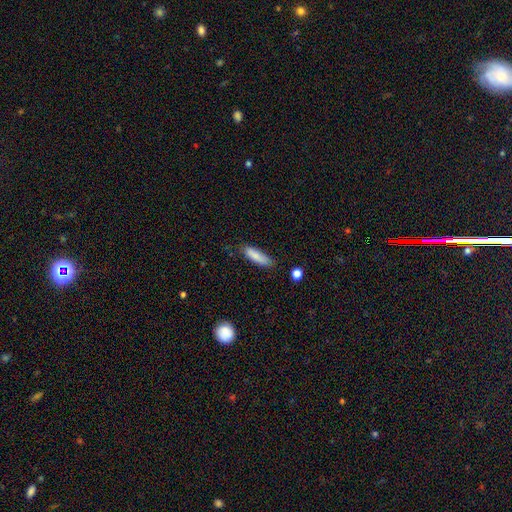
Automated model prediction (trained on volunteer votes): Smooth or featured: smooth — 83% (featured or disk — 10%)
How rounded: cigar-shaped — 60% (in between — 38%)
Merging: none — 75% (minor disturbance — 19%)